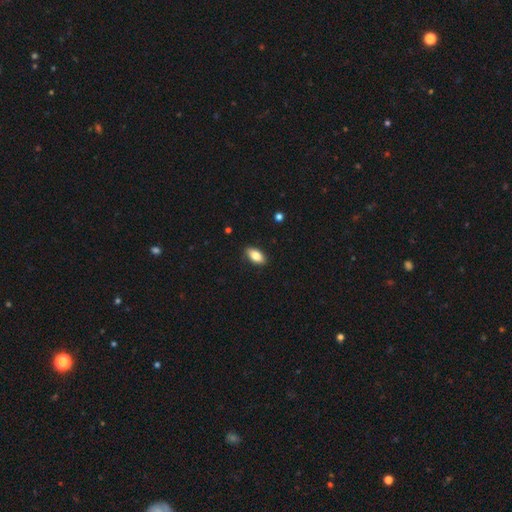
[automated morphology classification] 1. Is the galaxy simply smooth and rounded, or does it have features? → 82% smooth, 11% featured or disk, 7% star or artifact.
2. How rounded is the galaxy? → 91% in between, 6% cigar-shaped, 4% round.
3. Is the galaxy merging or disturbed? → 86% none, 11% minor disturbance, 2% major disturbance, 1% merger.